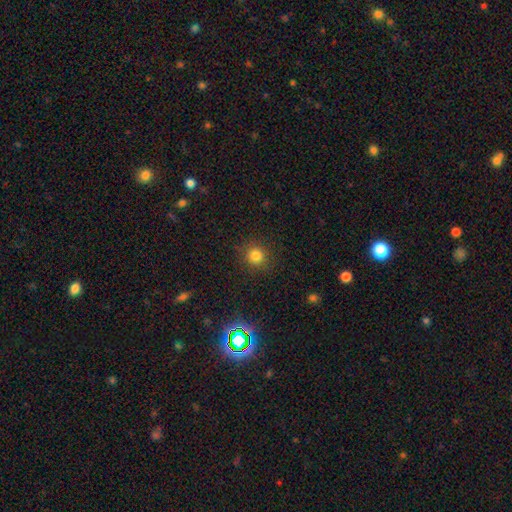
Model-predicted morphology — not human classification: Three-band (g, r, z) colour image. It shows a smooth galaxy with no disk features (80%) that is round (92%). Merging: none (89%).